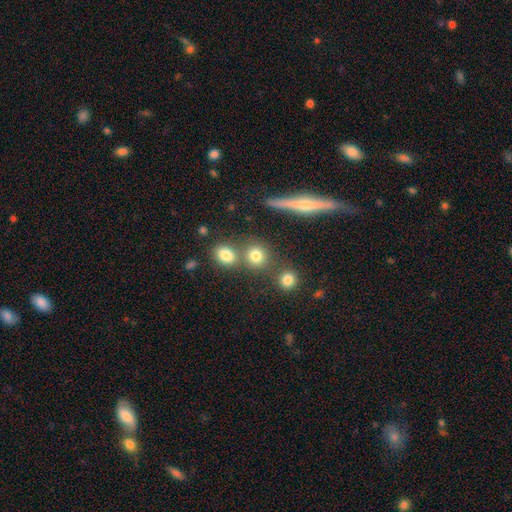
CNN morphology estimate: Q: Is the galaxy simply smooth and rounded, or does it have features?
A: smooth — 78%.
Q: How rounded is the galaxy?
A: round — 79%.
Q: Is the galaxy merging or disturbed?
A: none — 63%.